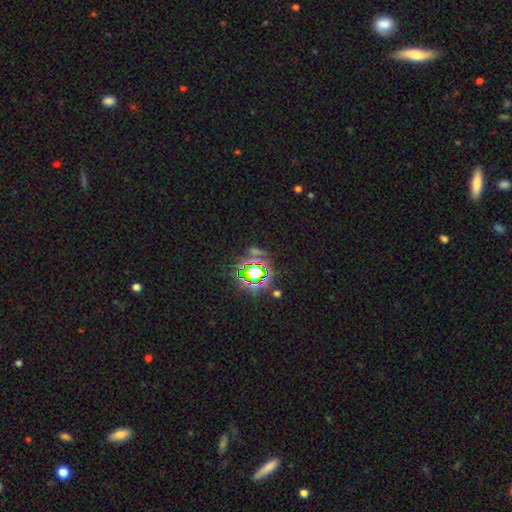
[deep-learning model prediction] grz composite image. It shows a star or artifact, not a galaxy (73%).